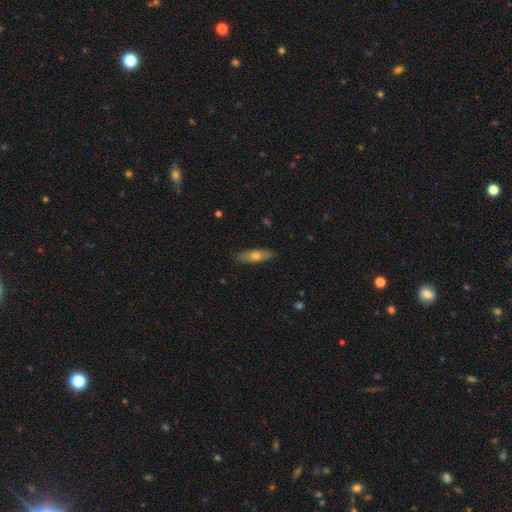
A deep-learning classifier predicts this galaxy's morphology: smooth 64%, featured or disk 29%, star or artifact 6%. Down the decision tree: how rounded — in between (58%); merging — none (85%).